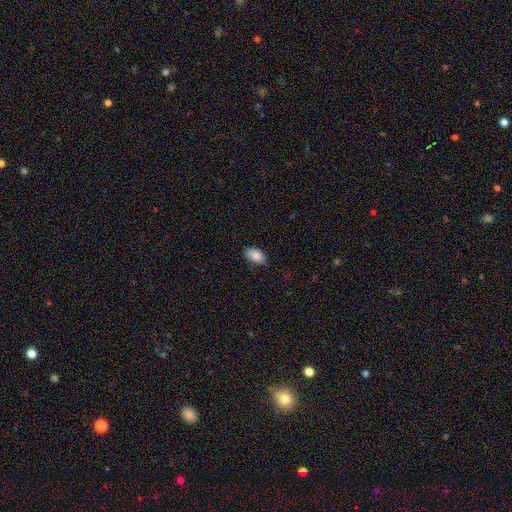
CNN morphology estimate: Smooth or featured: smooth — 88% (star or artifact — 7%)
How rounded: in between — 93% (round — 5%)
Merging: none — 79% (minor disturbance — 17%)